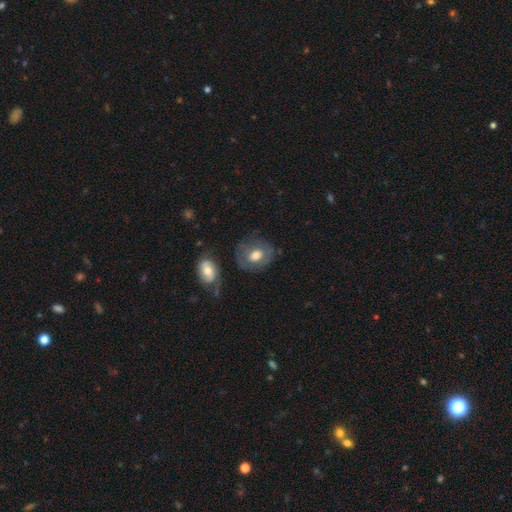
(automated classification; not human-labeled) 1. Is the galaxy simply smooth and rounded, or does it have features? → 55% smooth, 38% featured or disk, 7% star or artifact.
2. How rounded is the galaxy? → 56% round, 43% in between, 1% cigar-shaped.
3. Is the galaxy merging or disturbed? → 67% none, 18% minor disturbance, 10% major disturbance, 5% merger.